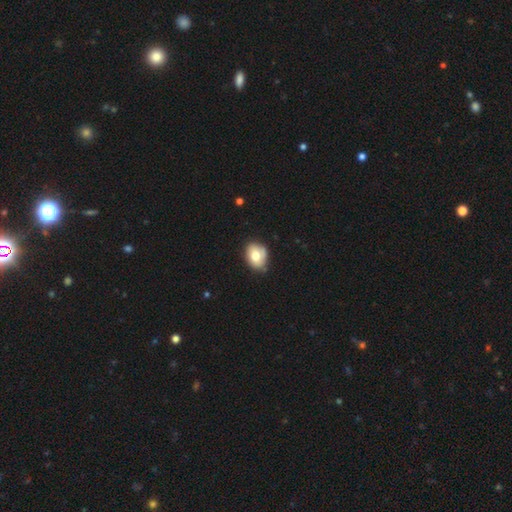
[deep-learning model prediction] Smooth or featured?
  - smooth: 72% *
  - featured or disk: 20%
  - star or artifact: 8%
How rounded?
  - in between: 60% *
  - round: 39%
  - cigar-shaped: 1%
Merging?
  - none: 67% *
  - minor disturbance: 26%
  - major disturbance: 5%
  - merger: 2%